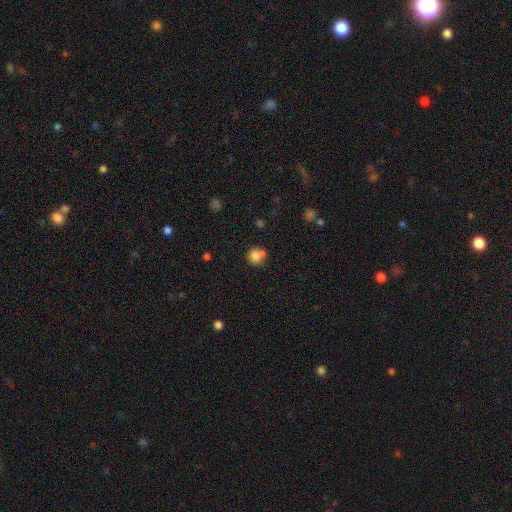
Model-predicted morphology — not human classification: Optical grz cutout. It shows a smooth galaxy with no disk features (81%) that is round (89%). Merging: none (62%).